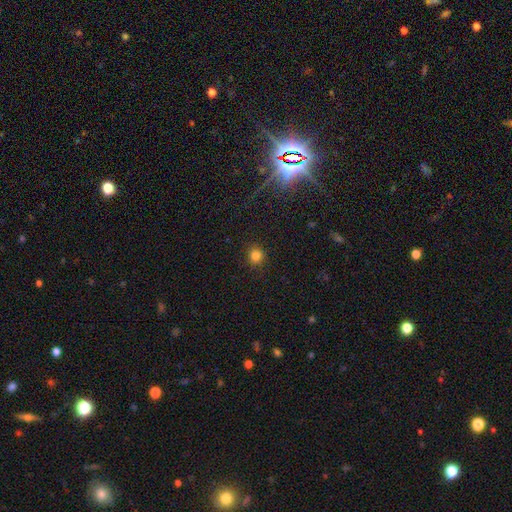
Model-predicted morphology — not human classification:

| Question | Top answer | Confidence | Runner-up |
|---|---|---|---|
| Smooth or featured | smooth | 82% | star or artifact (14%) |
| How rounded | round | 88% | in between (11%) |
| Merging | none | 89% | minor disturbance (7%) |